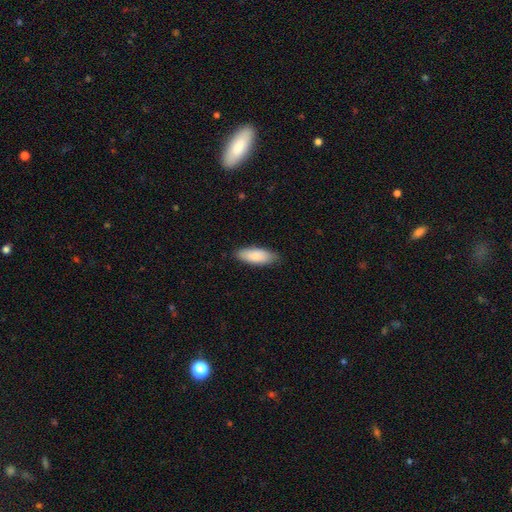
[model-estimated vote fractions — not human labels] Overall: smooth (84%). How rounded: in between (75%). Merging: none (84%).